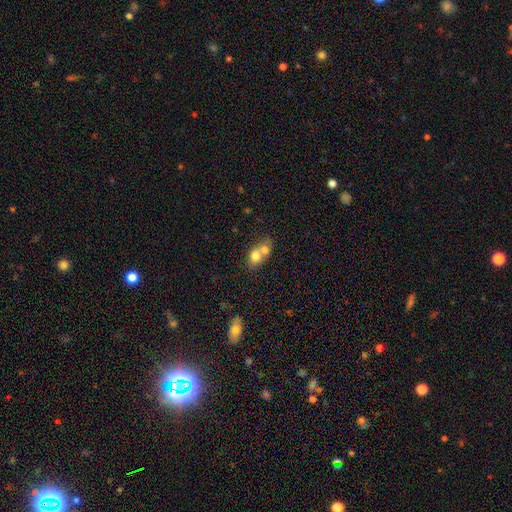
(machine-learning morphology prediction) type=smooth (73%); roundness=round (61%); merging=merger (65%).